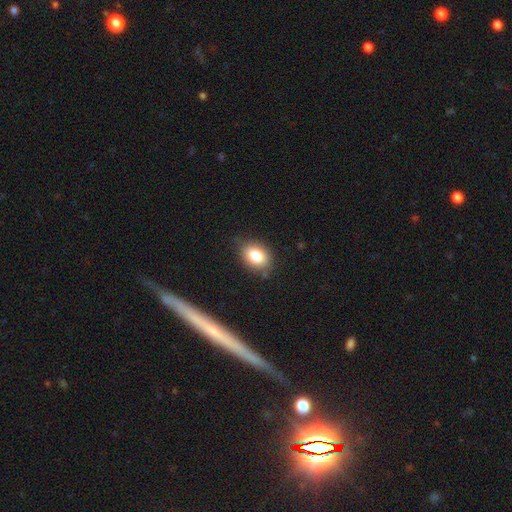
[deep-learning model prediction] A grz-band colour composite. It shows a smooth galaxy with no disk features (82%) that is in between round and cigar-shaped (76%). Merging: none (80%).